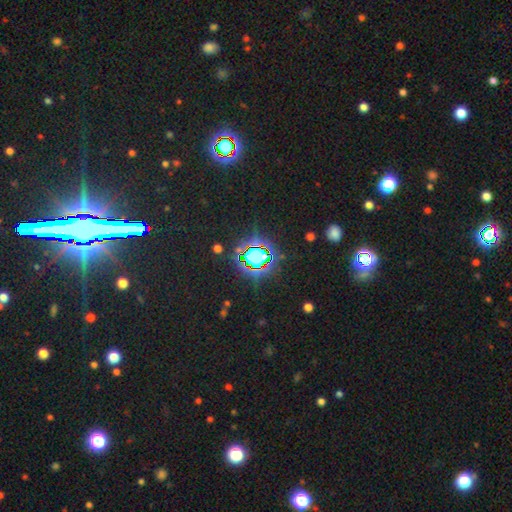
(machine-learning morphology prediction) Overall: star or artifact (76%).